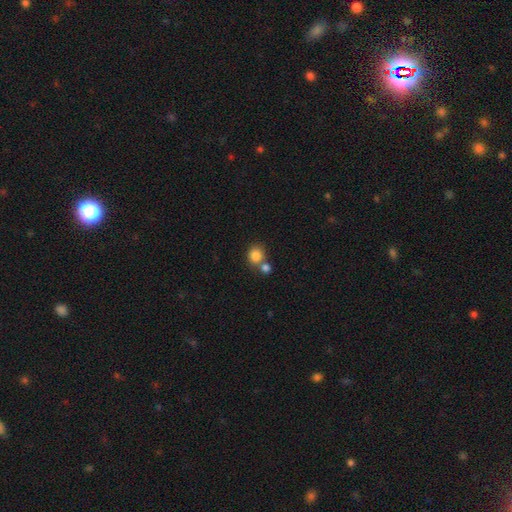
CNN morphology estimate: Smooth or featured: smooth — 84% (star or artifact — 10%)
How rounded: round — 83% (in between — 16%)
Merging: none — 53% (merger — 36%)